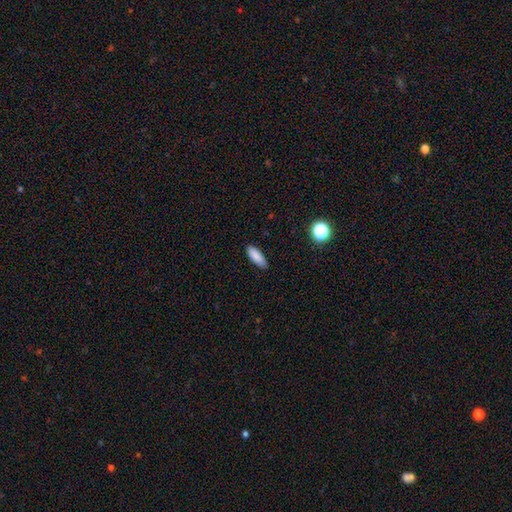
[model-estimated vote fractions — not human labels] A smooth galaxy with no disk features (87%) that is in between round and cigar-shaped (64%). Merging: none (83%).